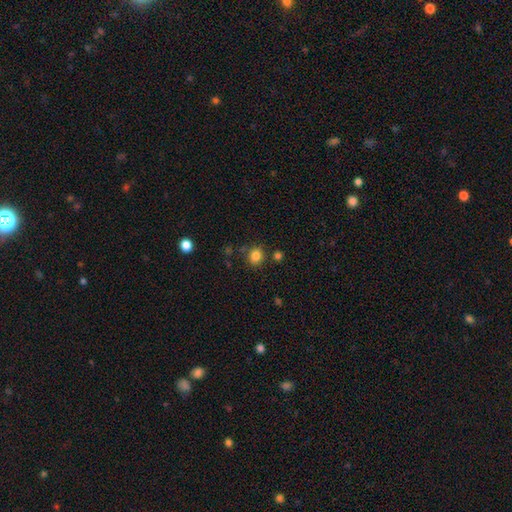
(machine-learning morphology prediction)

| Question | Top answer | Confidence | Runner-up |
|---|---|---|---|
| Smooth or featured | smooth | 83% | star or artifact (12%) |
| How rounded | round | 75% | in between (24%) |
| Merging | none | 79% | minor disturbance (11%) |